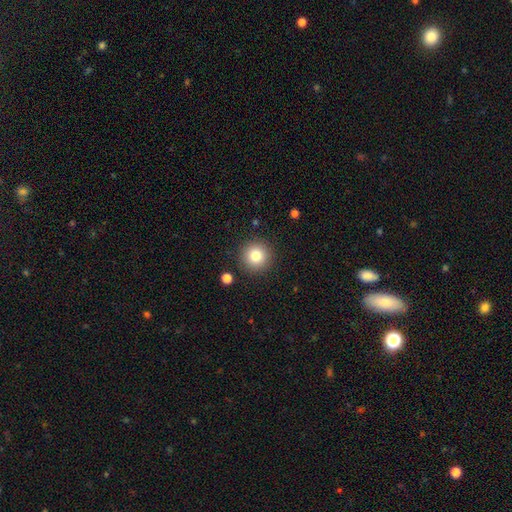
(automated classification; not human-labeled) This appears to be a smooth galaxy with no disk features (81%) that is round (95%). Merging: none (90%).